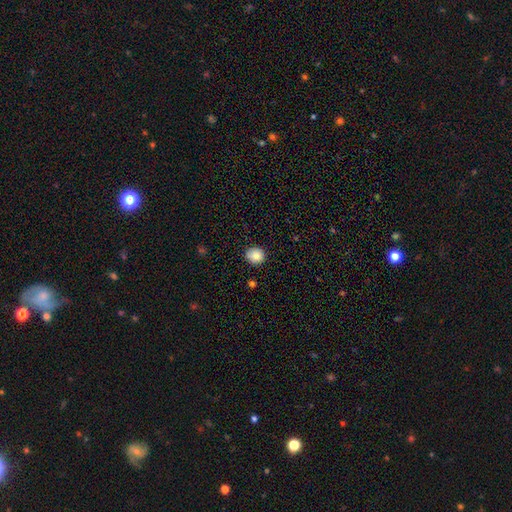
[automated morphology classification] This is clearly a smooth galaxy (86%). How rounded: clearly round (87%). Merging: clearly none (86%).